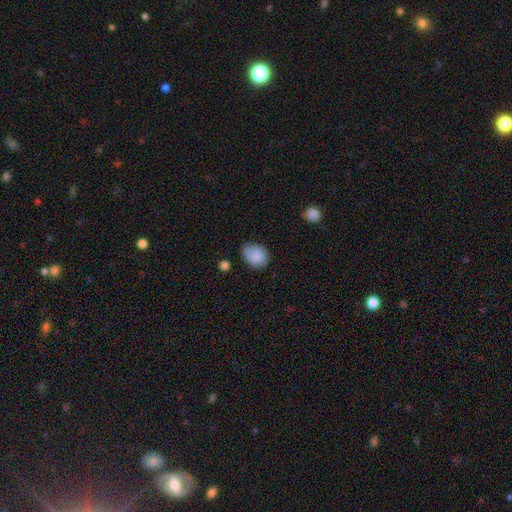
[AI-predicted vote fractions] This appears to be a smooth galaxy with no disk features (87%) that is in between round and cigar-shaped (51%). Merging: none (64%).